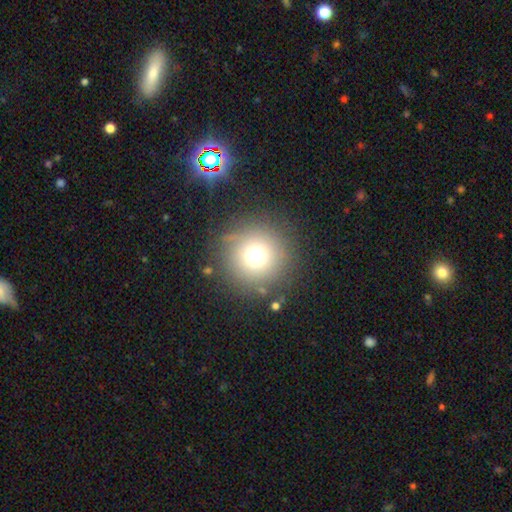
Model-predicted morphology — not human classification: smooth-or-featured: smooth: 69% | star or artifact: 20% | featured or disk: 11%
  how-rounded: round: 96% | in between: 3% | cigar-shaped: 1%
  merging: none: 85% | minor disturbance: 8% | major disturbance: 5% | merger: 2%